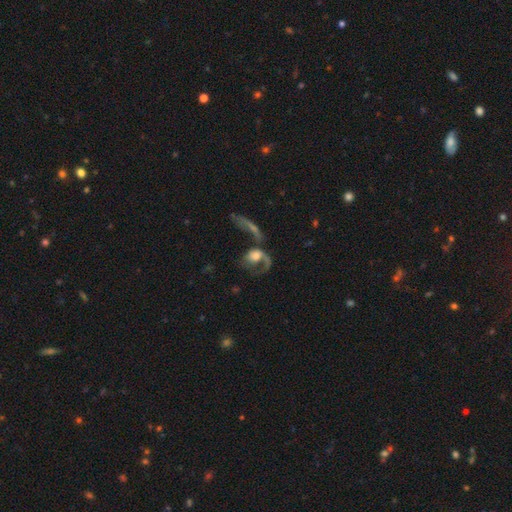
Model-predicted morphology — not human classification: type=featured or disk (57%); edge-on=no (94%); bar=no (78%); spiral arms=yes (63%); bulge=moderate (52%); merging=major disturbance (40%).